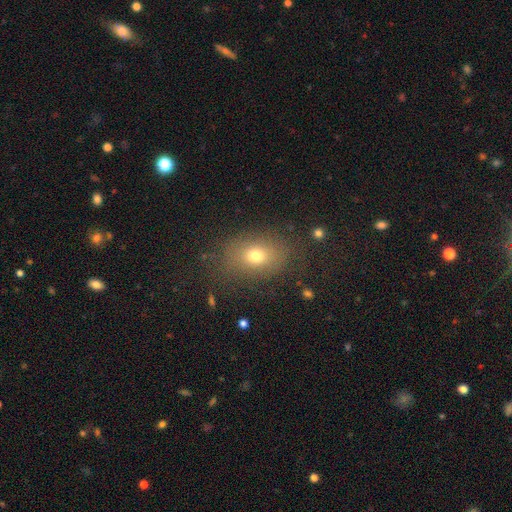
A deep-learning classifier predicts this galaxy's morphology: type=smooth (71%); roundness=in between (69%); merging=none (79%).